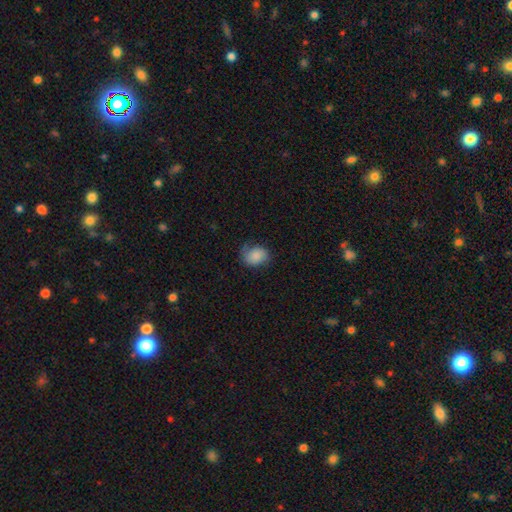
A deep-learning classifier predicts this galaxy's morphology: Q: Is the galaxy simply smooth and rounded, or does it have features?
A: smooth — 77%.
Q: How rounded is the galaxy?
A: in between — 51%.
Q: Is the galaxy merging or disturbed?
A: none — 57%.